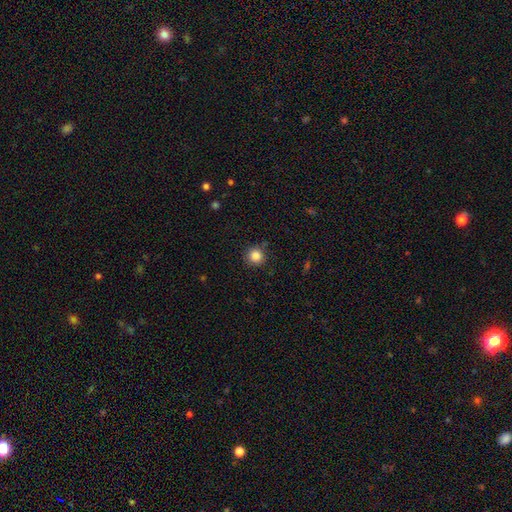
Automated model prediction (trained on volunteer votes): smooth 85%, star or artifact 11%, featured or disk 4%. Down the decision tree: how rounded — round (94%); merging — none (88%).